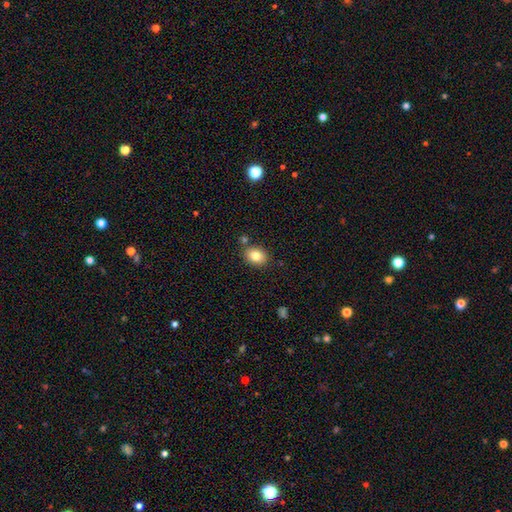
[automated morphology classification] A smooth galaxy with no disk features (83%) that is in between round and cigar-shaped (62%). Merging: none (80%).